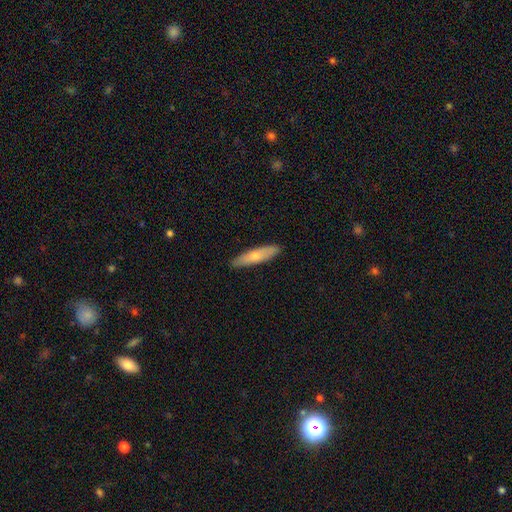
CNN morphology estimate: smooth 66%, featured or disk 28%, star or artifact 6%. Down the decision tree: how rounded — cigar-shaped (77%); merging — none (89%).